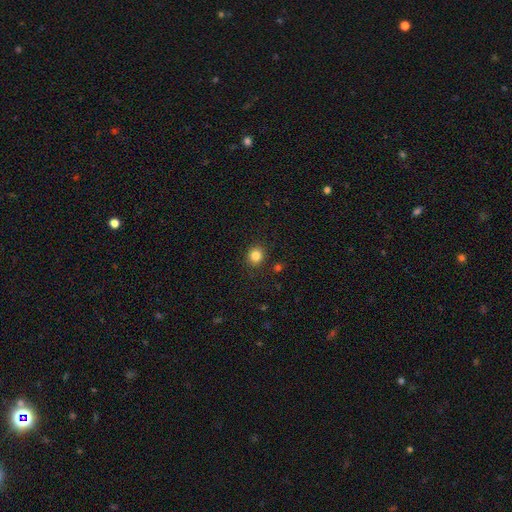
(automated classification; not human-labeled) smooth 83%, star or artifact 12%, featured or disk 5%. Down the decision tree: how rounded — round (87%); merging — none (89%).